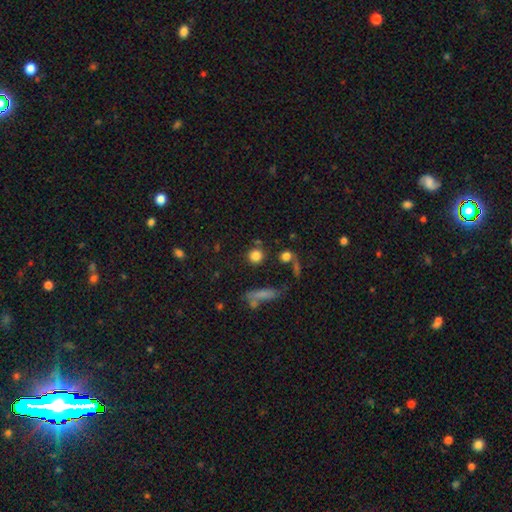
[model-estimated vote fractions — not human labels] Smooth or featured? Predicted: smooth (p=0.81). How rounded? Predicted: round (p=0.88). Merging? Predicted: none (p=0.75).